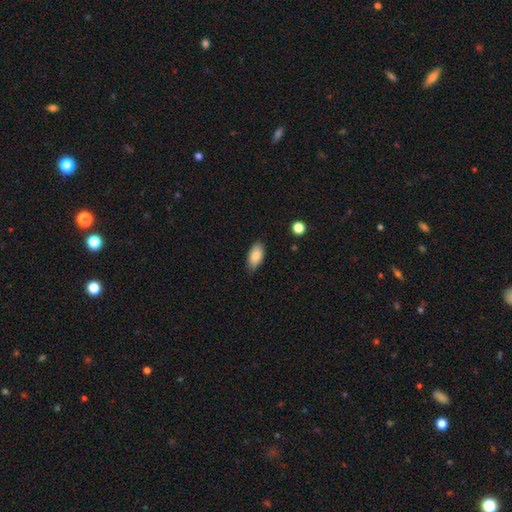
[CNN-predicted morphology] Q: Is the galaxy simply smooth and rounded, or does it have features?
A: smooth — 86%.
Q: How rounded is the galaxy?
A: in between — 92%.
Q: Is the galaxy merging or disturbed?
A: none — 79%.